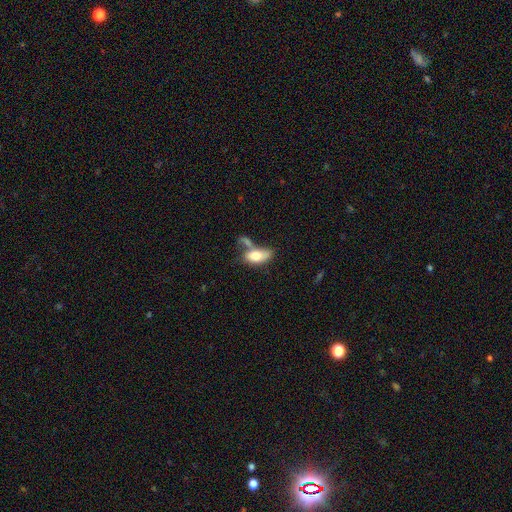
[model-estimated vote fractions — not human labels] Smooth or featured? smooth (71%)
How rounded? in between (88%)
Merging? merger (41%)